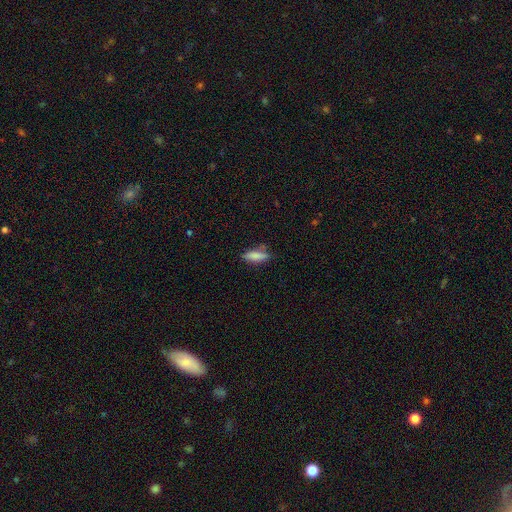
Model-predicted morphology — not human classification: Smooth or featured?
  - smooth: 75% *
  - featured or disk: 18%
  - star or artifact: 7%
How rounded?
  - cigar-shaped: 63% *
  - in between: 35%
  - round: 2%
Merging?
  - none: 70% *
  - minor disturbance: 20%
  - merger: 5%
  - major disturbance: 5%